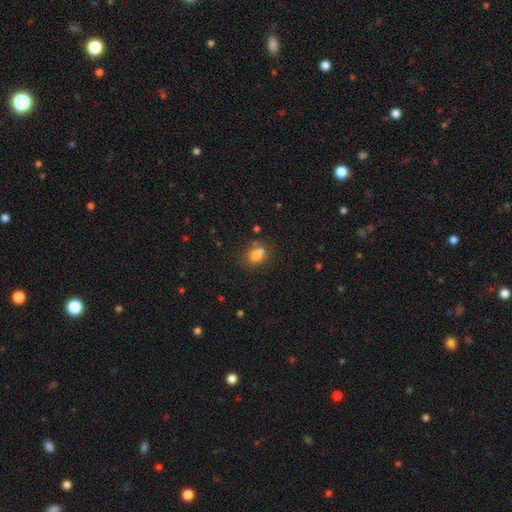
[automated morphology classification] Smooth or featured?
  - smooth: 76% *
  - star or artifact: 12%
  - featured or disk: 12%
How rounded?
  - in between: 71% *
  - round: 26%
  - cigar-shaped: 3%
Merging?
  - none: 51% *
  - merger: 23%
  - minor disturbance: 18%
  - major disturbance: 8%